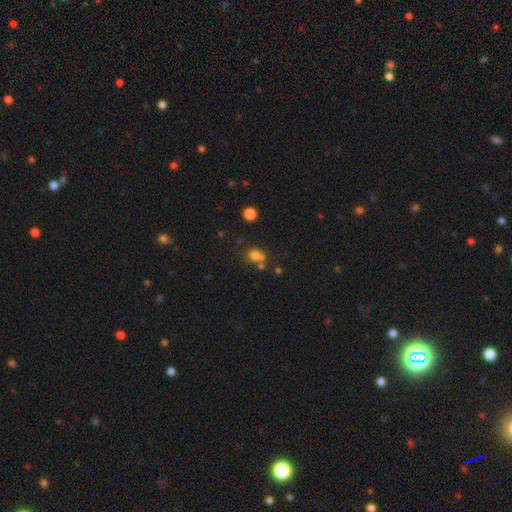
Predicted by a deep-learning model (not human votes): Smooth or featured? smooth (72%)
How rounded? round (55%)
Merging? none (43%)